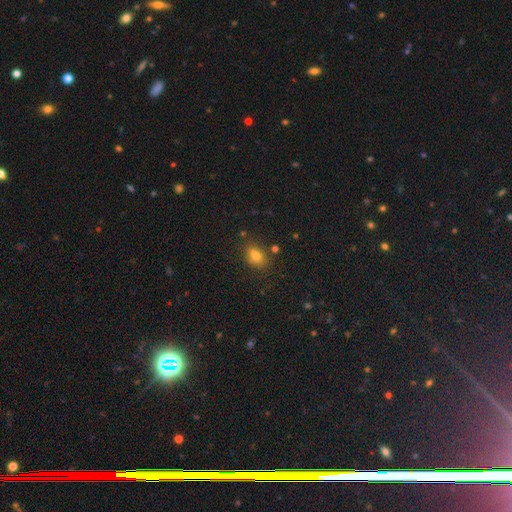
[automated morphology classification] Smooth or featured?
  - smooth: 74% *
  - star or artifact: 15%
  - featured or disk: 11%
How rounded?
  - in between: 74% *
  - round: 22%
  - cigar-shaped: 4%
Merging?
  - none: 74% *
  - minor disturbance: 16%
  - merger: 6%
  - major disturbance: 4%